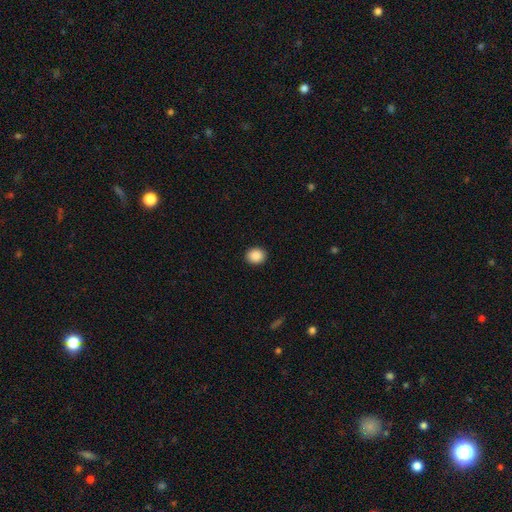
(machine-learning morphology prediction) type=smooth (89%); roundness=round (68%); merging=none (91%).